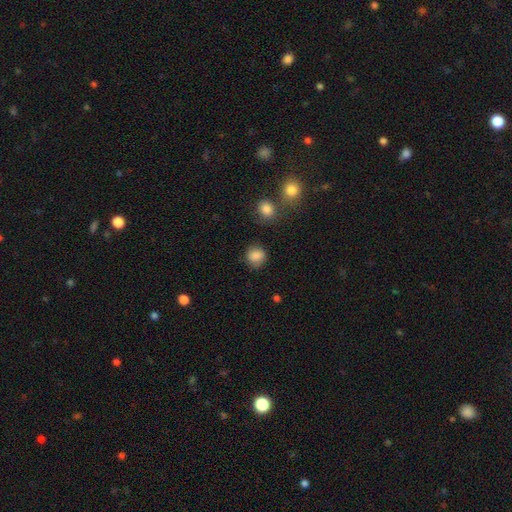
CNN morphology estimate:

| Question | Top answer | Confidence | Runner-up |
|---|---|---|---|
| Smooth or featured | smooth | 85% | star or artifact (10%) |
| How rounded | round | 77% | in between (22%) |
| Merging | none | 79% | minor disturbance (14%) |